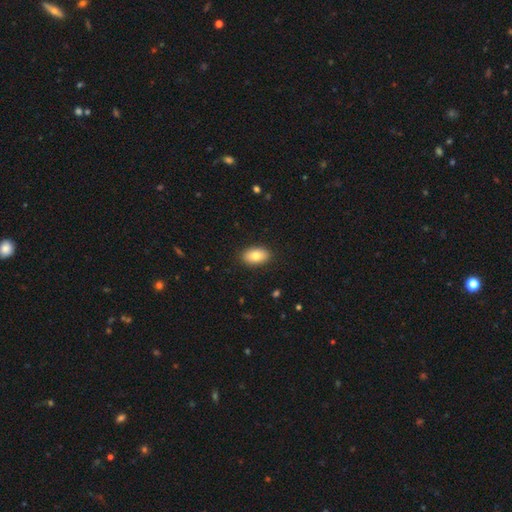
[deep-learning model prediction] Morphology: type=smooth (82%); roundness=in between (92%); merging=none (89%).